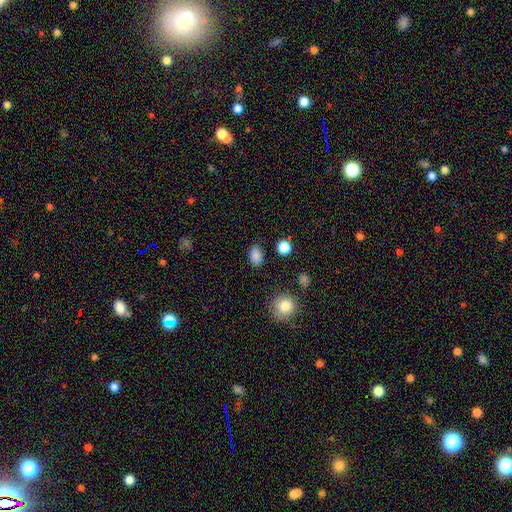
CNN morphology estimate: A smooth galaxy with no disk features (85%) that is in between round and cigar-shaped (81%).

Vote fractions:
- Smooth or featured? smooth: 85% / star or artifact: 11% / featured or disk: 4%
- How rounded? in between: 81% / round: 17% / cigar-shaped: 1%
- Merging? none: 86% / minor disturbance: 9% / major disturbance: 3% / merger: 2%